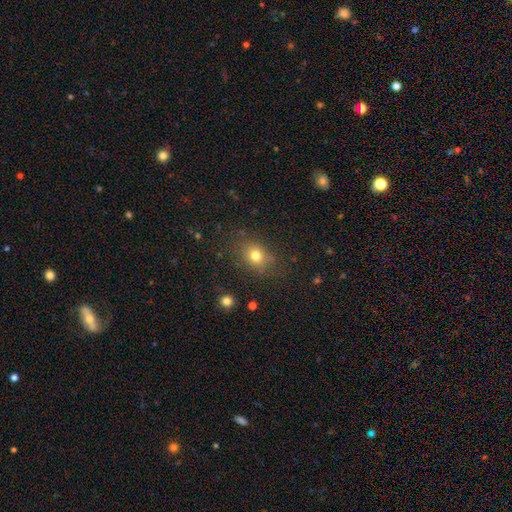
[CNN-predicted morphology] Overall: smooth (77%). How rounded: round (53%; in between 46%). Merging: none (80%).